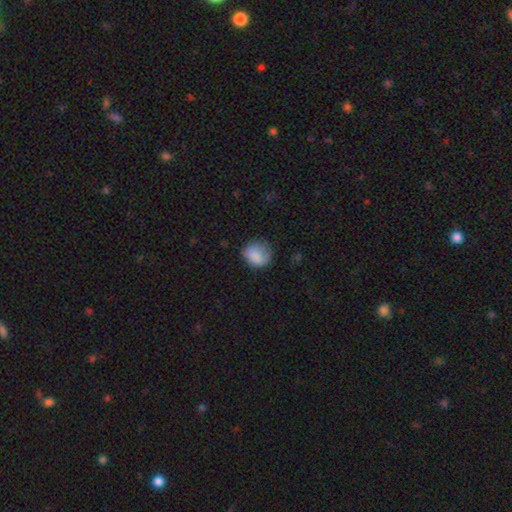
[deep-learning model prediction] This is clearly a smooth galaxy (84%). How rounded: likely round (72%). Merging: likely none (69%).